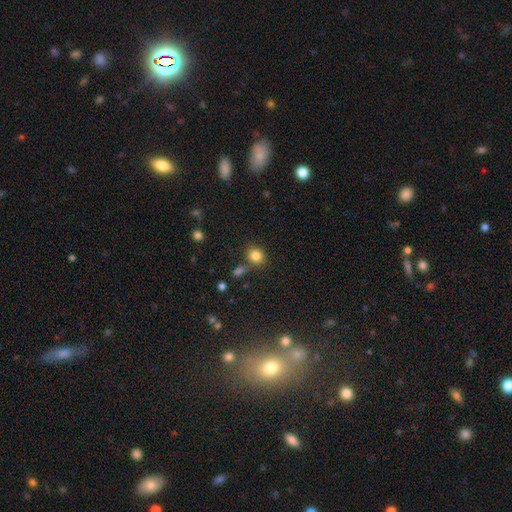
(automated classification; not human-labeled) Q: Smooth or featured?
A: smooth (83%); runner-up: star or artifact (11%)
Q: How rounded?
A: round (70%); runner-up: in between (29%)
Q: Merging?
A: none (71%); runner-up: merger (13%)